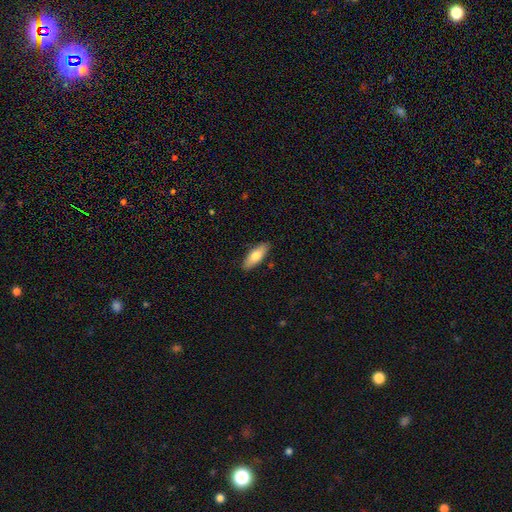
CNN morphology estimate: smooth-or-featured: smooth: 73% | featured or disk: 21% | star or artifact: 6%
  how-rounded: in between: 66% | cigar-shaped: 32% | round: 2%
  merging: none: 88% | minor disturbance: 9% | major disturbance: 2% | merger: 1%